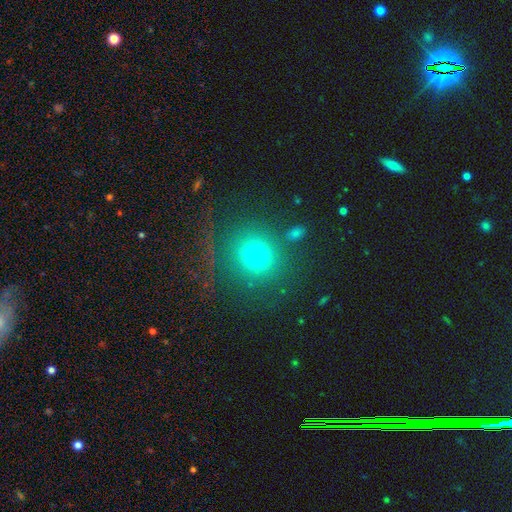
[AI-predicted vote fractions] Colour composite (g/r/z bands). It shows a smooth galaxy with no disk features (71%) that is round (86%). Merging: none (78%).